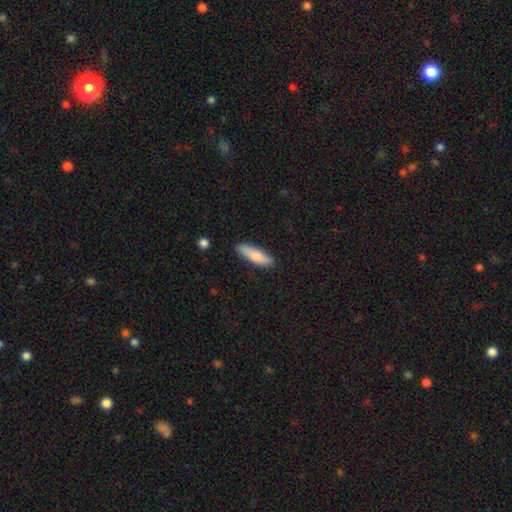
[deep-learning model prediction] smooth-or-featured: smooth: 80% | featured or disk: 14% | star or artifact: 6%
  how-rounded: cigar-shaped: 58% | in between: 40% | round: 2%
  merging: none: 85% | minor disturbance: 11% | major disturbance: 2% | merger: 1%